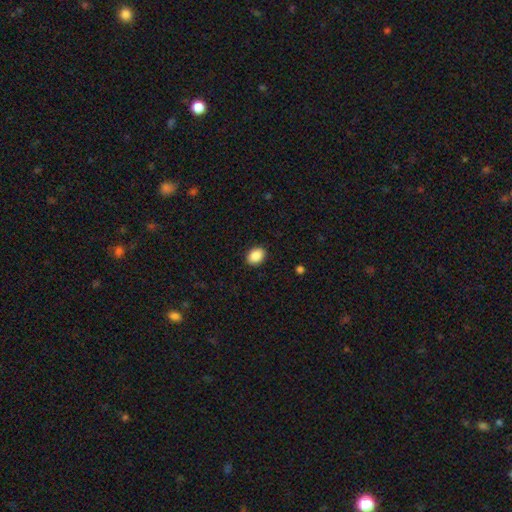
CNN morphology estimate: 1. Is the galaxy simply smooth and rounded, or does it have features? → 89% smooth, 8% star or artifact, 3% featured or disk.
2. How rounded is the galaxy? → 70% in between, 29% round, 1% cigar-shaped.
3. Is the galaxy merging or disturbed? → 90% none, 7% minor disturbance, 2% major disturbance, 1% merger.